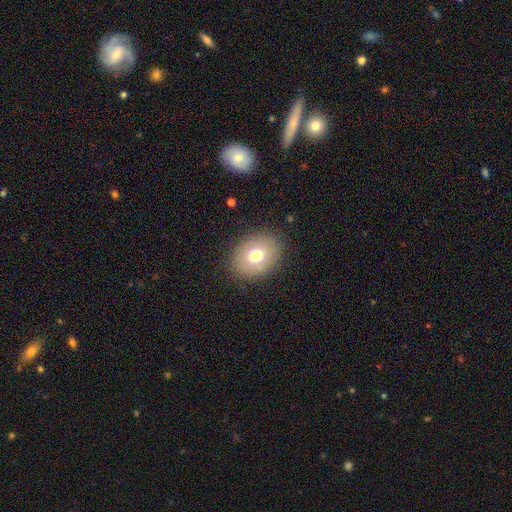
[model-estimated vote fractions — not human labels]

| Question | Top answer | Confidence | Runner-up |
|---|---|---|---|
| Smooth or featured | smooth | 73% | featured or disk (17%) |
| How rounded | in between | 63% | round (36%) |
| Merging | none | 86% | minor disturbance (10%) |